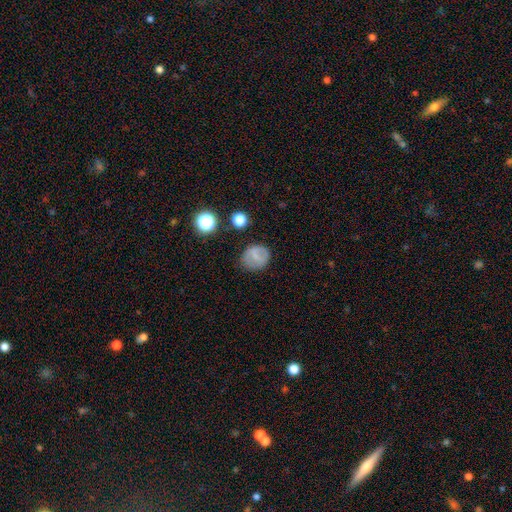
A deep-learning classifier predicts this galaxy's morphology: A smooth galaxy with no disk features (62%) that is round (71%).

Vote fractions:
- Smooth or featured? smooth: 62% / featured or disk: 27% / star or artifact: 12%
- How rounded? round: 71% / in between: 27% / cigar-shaped: 1%
- Merging? none: 78% / minor disturbance: 14% / major disturbance: 6% / merger: 2%